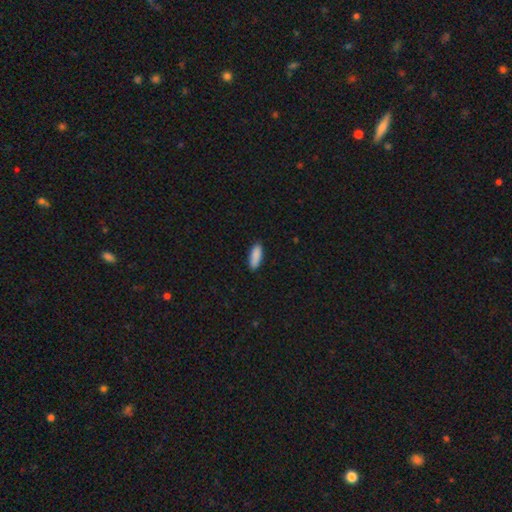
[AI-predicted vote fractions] A smooth galaxy with no disk features (90%) that is in between round and cigar-shaped (68%).

Vote fractions:
- Smooth or featured? smooth: 90% / star or artifact: 6% / featured or disk: 4%
- How rounded? in between: 68% / cigar-shaped: 30% / round: 2%
- Merging? none: 88% / minor disturbance: 9% / major disturbance: 2% / merger: 1%